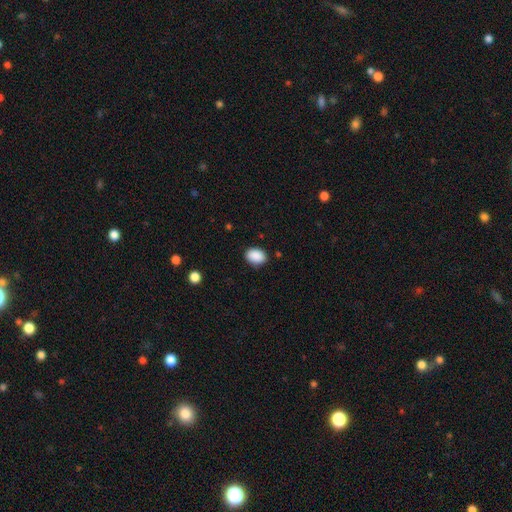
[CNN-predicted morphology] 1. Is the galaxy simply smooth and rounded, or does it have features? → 90% smooth, 8% star or artifact, 3% featured or disk.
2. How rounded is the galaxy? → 75% in between, 24% round, 1% cigar-shaped.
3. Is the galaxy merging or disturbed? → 85% none, 11% minor disturbance, 2% major disturbance, 1% merger.